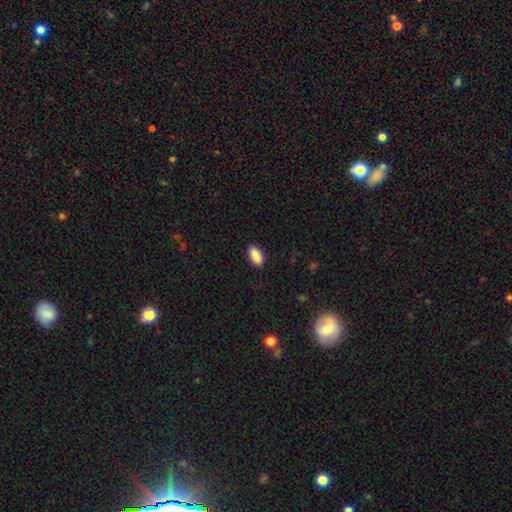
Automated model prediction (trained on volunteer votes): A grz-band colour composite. It shows a smooth galaxy with no disk features (90%) that is in between round and cigar-shaped (91%). Merging: none (89%).